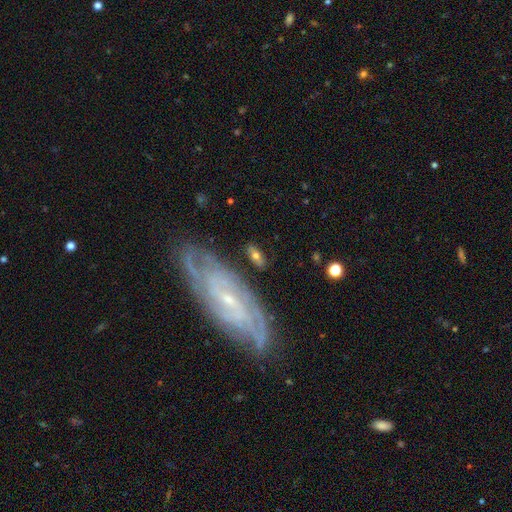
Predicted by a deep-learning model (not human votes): Smooth or featured?
  - smooth: 56% *
  - featured or disk: 37%
  - star or artifact: 7%
How rounded?
  - in between: 82% *
  - cigar-shaped: 12%
  - round: 6%
Merging?
  - none: 74% *
  - minor disturbance: 15%
  - major disturbance: 5%
  - merger: 5%